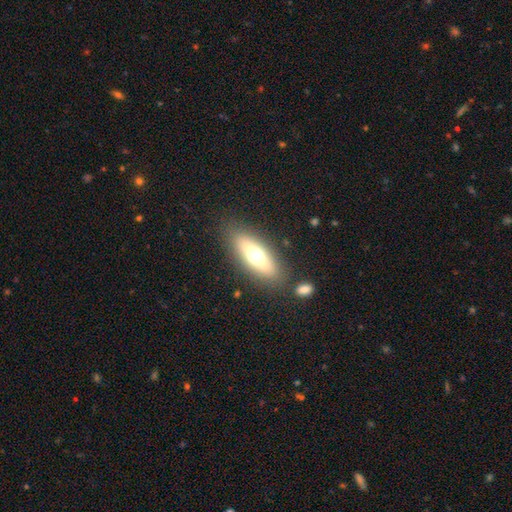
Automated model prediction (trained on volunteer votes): smooth 61%, featured or disk 30%, star or artifact 9%. Down the decision tree: how rounded — in between (64%); merging — none (83%).